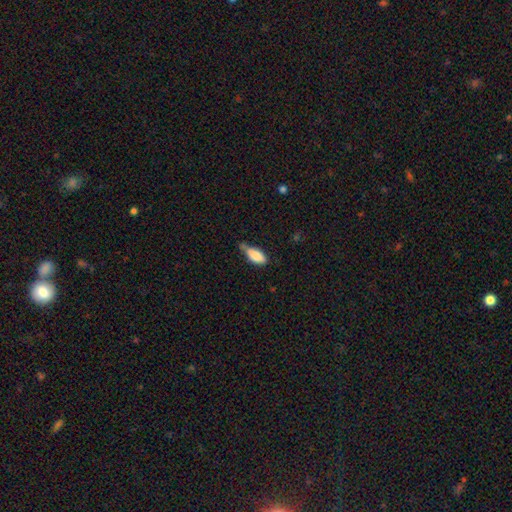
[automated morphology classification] This appears to be a smooth galaxy with no disk features (83%) that is in between round and cigar-shaped (83%). Merging: none (43%).